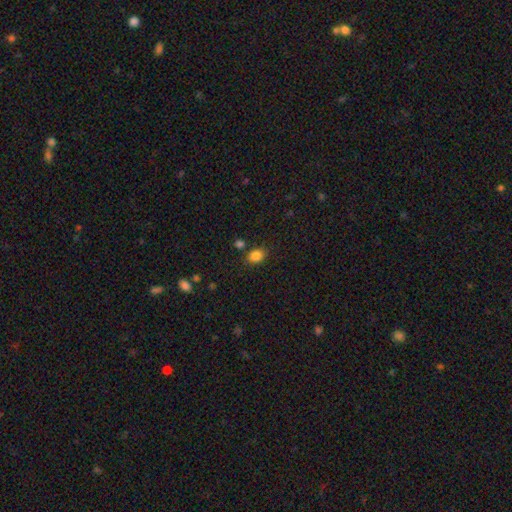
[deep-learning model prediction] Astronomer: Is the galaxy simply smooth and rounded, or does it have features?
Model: smooth — 84%.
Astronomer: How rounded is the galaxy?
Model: in between — 63%.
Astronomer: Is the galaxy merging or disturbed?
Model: none — 78%.